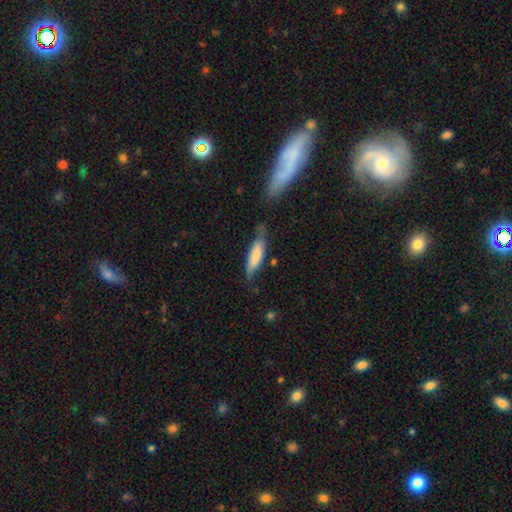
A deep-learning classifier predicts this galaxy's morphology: A smooth galaxy with no disk features (74%) that is cigar-shaped (61%). Merging: none (57%).